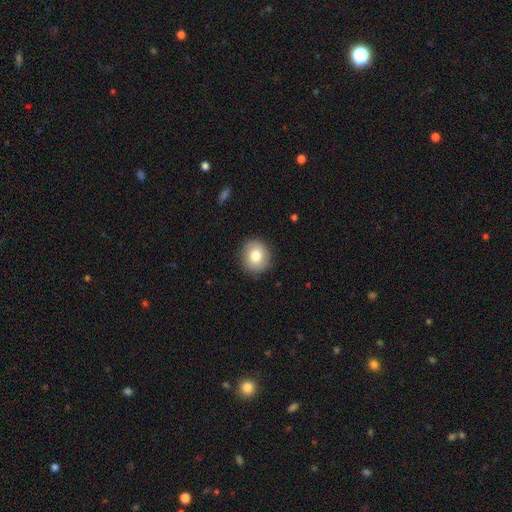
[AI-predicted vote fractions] Smooth or featured?
  - smooth: 80% *
  - featured or disk: 11%
  - star or artifact: 8%
How rounded?
  - round: 82% *
  - in between: 17%
  - cigar-shaped: 1%
Merging?
  - none: 89% *
  - minor disturbance: 8%
  - major disturbance: 2%
  - merger: 1%